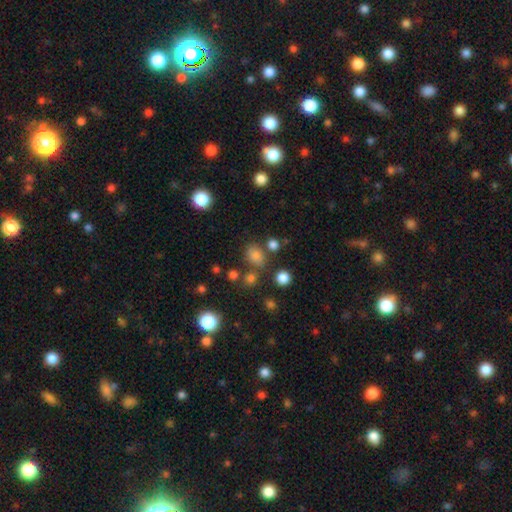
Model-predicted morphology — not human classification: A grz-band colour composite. It shows a smooth galaxy with no disk features (76%) that is in between round and cigar-shaped (50%). Merging: none (72%).